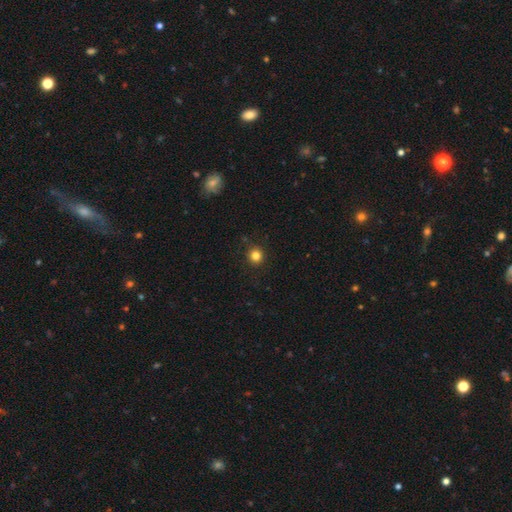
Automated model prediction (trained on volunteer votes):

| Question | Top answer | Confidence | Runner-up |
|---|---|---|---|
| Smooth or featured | smooth | 83% | star or artifact (13%) |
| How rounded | round | 92% | in between (7%) |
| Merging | none | 91% | minor disturbance (6%) |